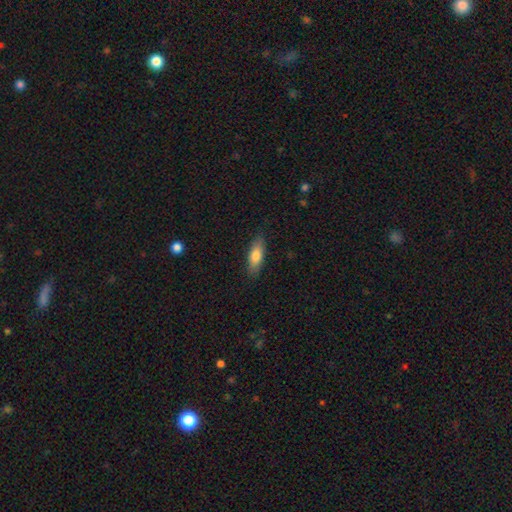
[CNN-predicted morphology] Smooth or featured: smooth — 76% (featured or disk — 18%)
How rounded: in between — 62% (cigar-shaped — 35%)
Merging: none — 85% (minor disturbance — 12%)